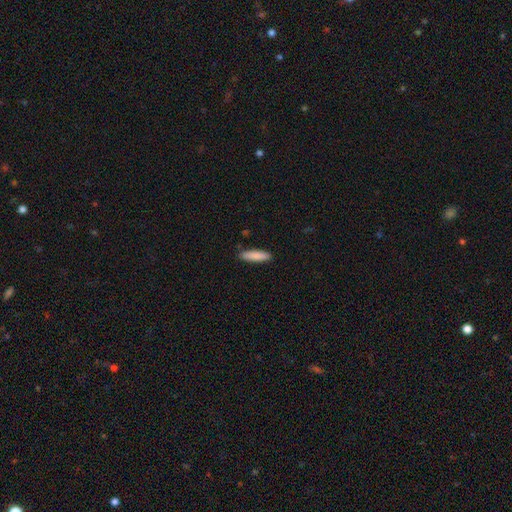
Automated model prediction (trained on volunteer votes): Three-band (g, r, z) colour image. It shows a smooth galaxy with no disk features (86%) that is cigar-shaped (77%). Merging: none (89%).